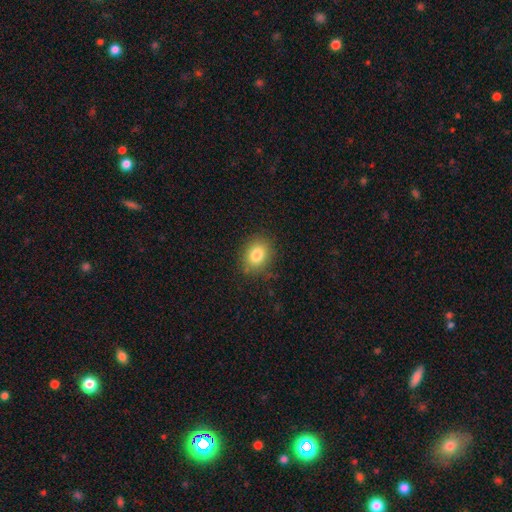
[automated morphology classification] A smooth galaxy with no disk features (82%) that is in between round and cigar-shaped (53%). Merging: none (85%).